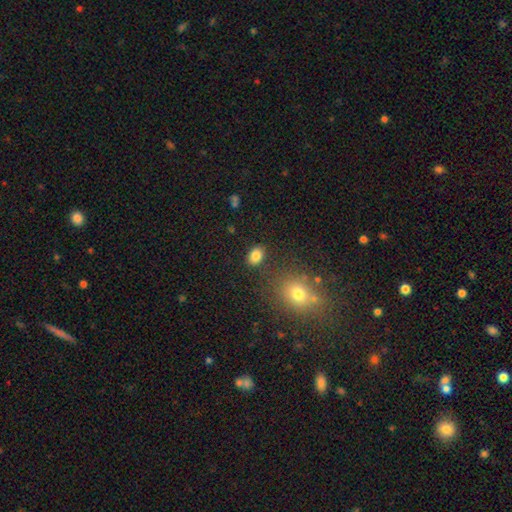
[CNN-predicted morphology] Smooth or featured: smooth — 83% (star or artifact — 10%)
How rounded: in between — 75% (round — 24%)
Merging: none — 84% (minor disturbance — 10%)